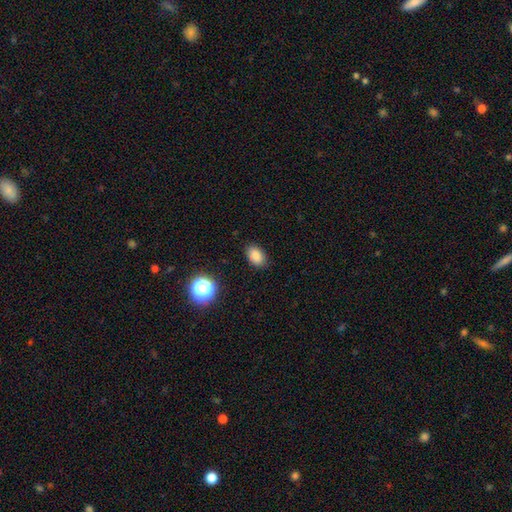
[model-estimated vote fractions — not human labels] The model was most divided on "how rounded": in between: 85%, round: 14%, cigar-shaped: 1%. More confident: merging — none (86%); smooth or featured — smooth (84%).